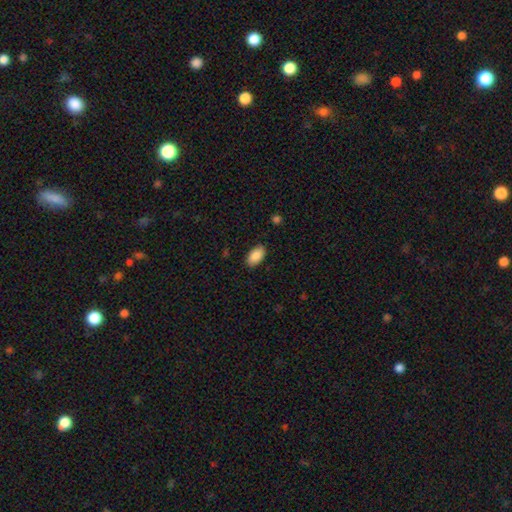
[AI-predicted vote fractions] Overall: smooth (89%). How rounded: in between (95%). Merging: none (88%).